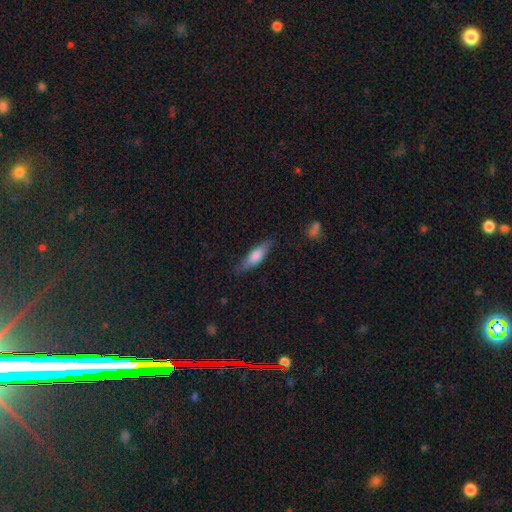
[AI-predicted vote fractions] Smooth or featured: smooth — 69% (featured or disk — 25%)
How rounded: cigar-shaped — 61% (in between — 37%)
Merging: none — 78% (minor disturbance — 17%)